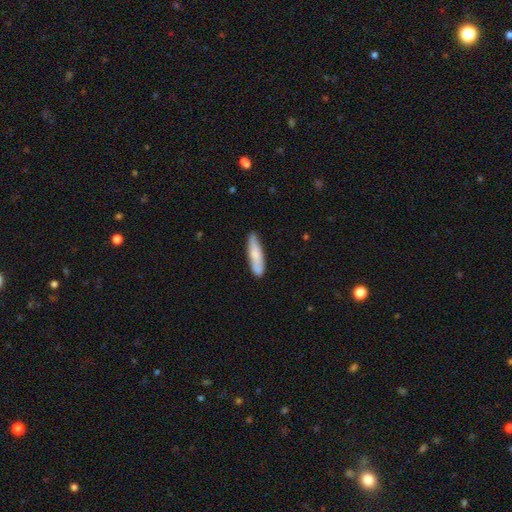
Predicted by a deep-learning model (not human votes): Smooth or featured? smooth (76%)
How rounded? cigar-shaped (78%)
Merging? none (82%)